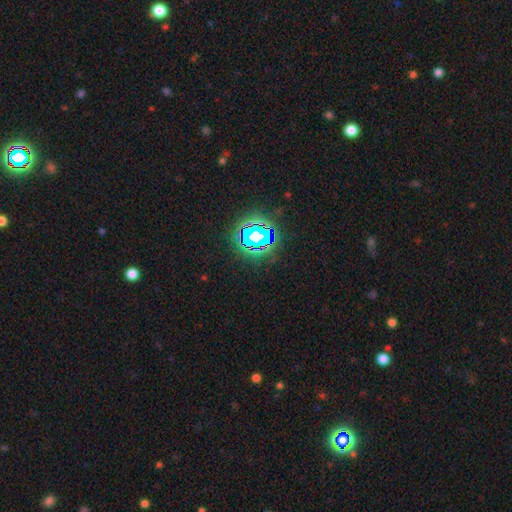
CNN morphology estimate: A star or artifact, not a galaxy (80%).

Vote fractions:
- Smooth or featured? star or artifact: 80% / smooth: 13% / featured or disk: 7%